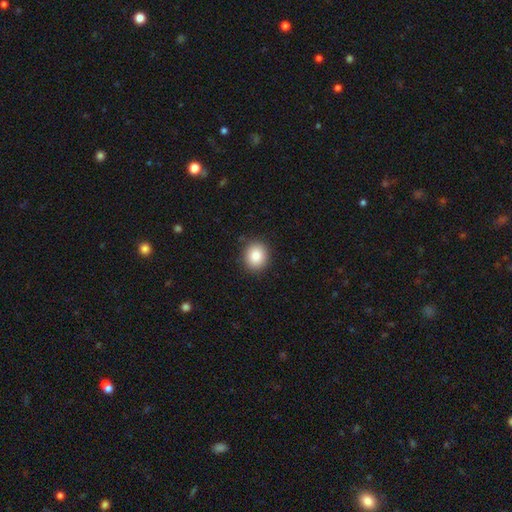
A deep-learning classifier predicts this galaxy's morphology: This is clearly a smooth galaxy (84%). How rounded: likely round (80%). Merging: clearly none (89%).